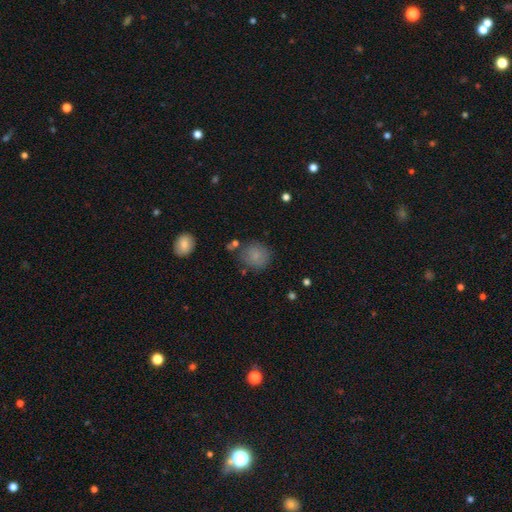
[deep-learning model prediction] smooth-or-featured: smooth: 80% | star or artifact: 10% | featured or disk: 10%
  how-rounded: round: 83% | in between: 16% | cigar-shaped: 1%
  merging: none: 74% | minor disturbance: 15% | merger: 5% | major disturbance: 5%